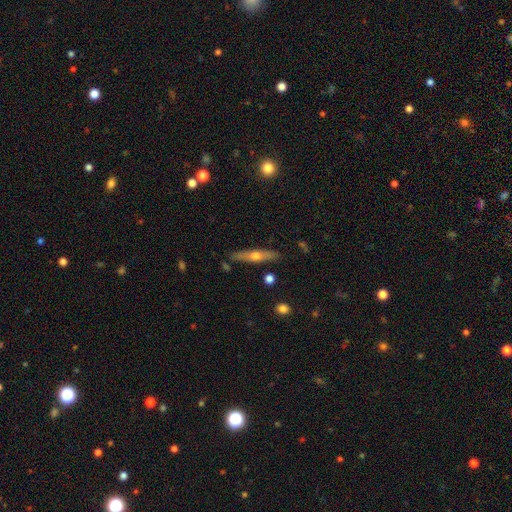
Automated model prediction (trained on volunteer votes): featured or disk 58%, smooth 36%, star or artifact 6%. Down the decision tree: edge-on disk — yes (92%); edge-on bulge — rounded (91%); merging — none (87%).